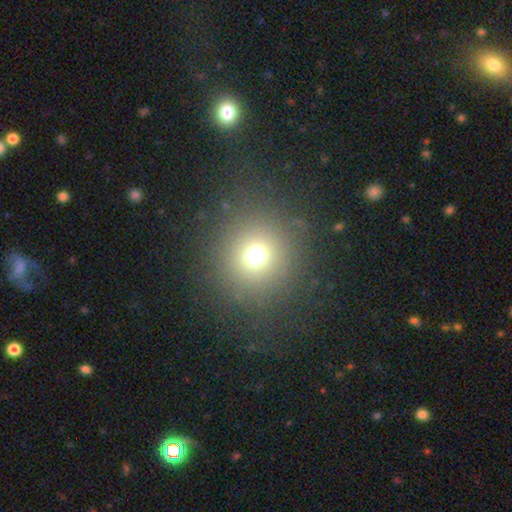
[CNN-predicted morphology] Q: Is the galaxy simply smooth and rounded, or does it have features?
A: smooth — 67%.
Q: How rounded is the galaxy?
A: round — 92%.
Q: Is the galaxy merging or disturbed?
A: none — 83%.